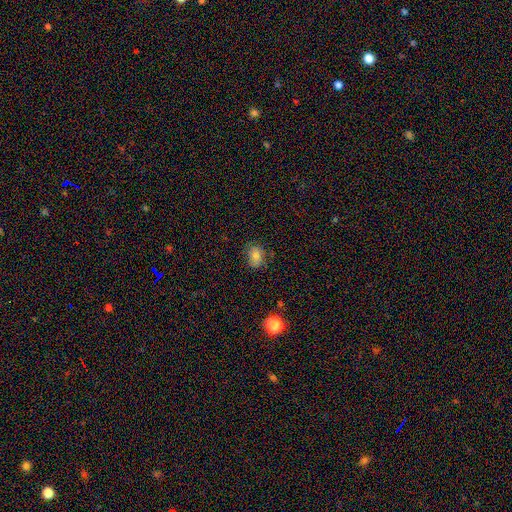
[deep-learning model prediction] This appears to be a smooth galaxy with no disk features (71%) that is in between round and cigar-shaped (54%). Merging: none (71%).